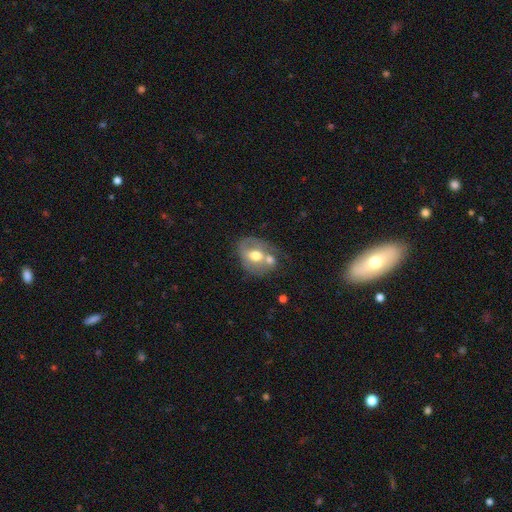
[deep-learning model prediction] This is possibly a featured or disk galaxy (47%). Merging: marginally merger (44%).